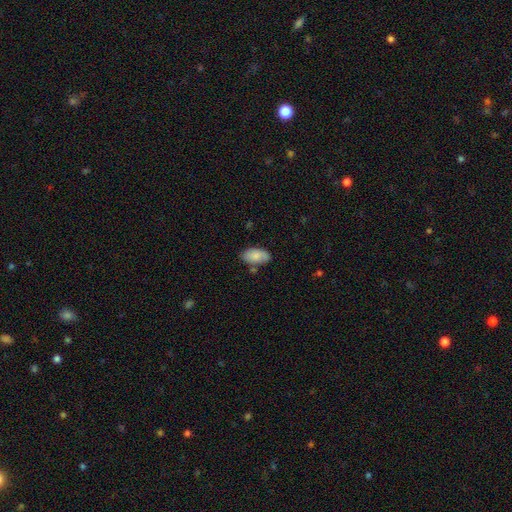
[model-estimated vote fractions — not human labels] A smooth galaxy with no disk features (82%) that is in between round and cigar-shaped (94%).

Vote fractions:
- Smooth or featured? smooth: 82% / featured or disk: 12% / star or artifact: 7%
- How rounded? in between: 94% / round: 3% / cigar-shaped: 2%
- Merging? none: 71% / minor disturbance: 19% / merger: 6% / major disturbance: 4%